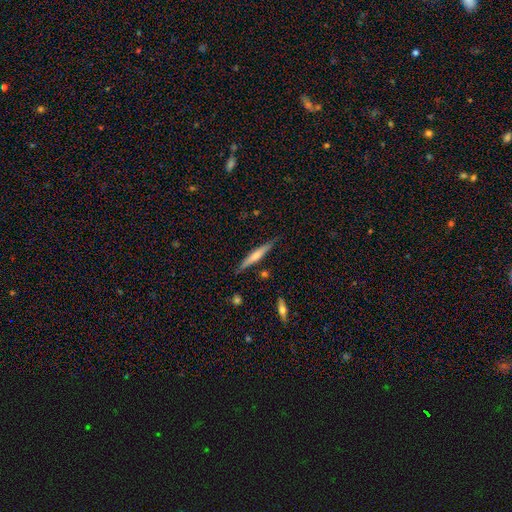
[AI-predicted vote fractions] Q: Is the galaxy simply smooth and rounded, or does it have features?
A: smooth — 51%.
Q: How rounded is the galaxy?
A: cigar-shaped — 93%.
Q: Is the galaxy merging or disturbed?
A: none — 83%.